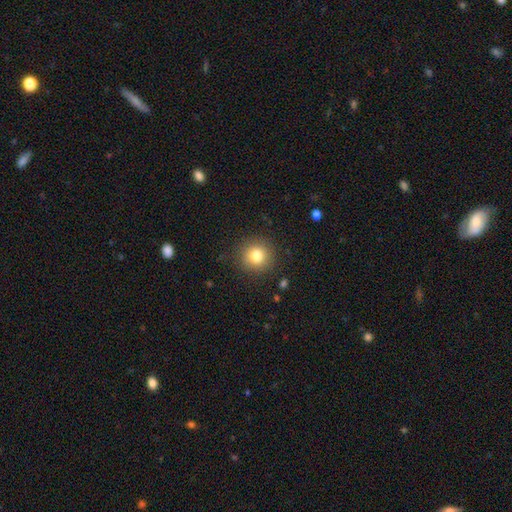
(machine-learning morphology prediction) A smooth galaxy with no disk features (80%) that is round (92%).

Vote fractions:
- Smooth or featured? smooth: 80% / star or artifact: 11% / featured or disk: 8%
- How rounded? round: 92% / in between: 7% / cigar-shaped: 1%
- Merging? none: 89% / minor disturbance: 7% / major disturbance: 3% / merger: 1%